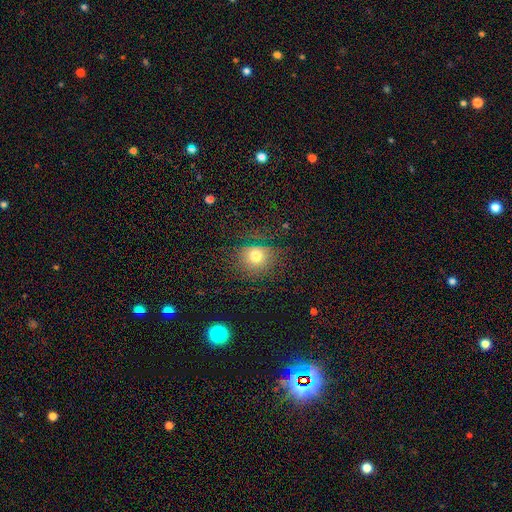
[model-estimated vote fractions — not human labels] Smooth or featured: smooth — 72% (star or artifact — 18%)
How rounded: round — 76% (in between — 22%)
Merging: none — 77% (minor disturbance — 14%)